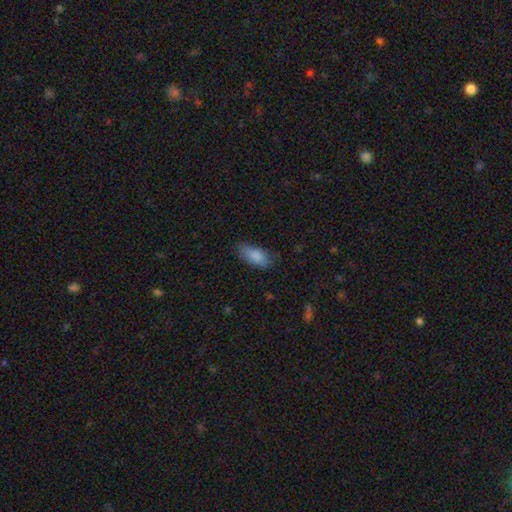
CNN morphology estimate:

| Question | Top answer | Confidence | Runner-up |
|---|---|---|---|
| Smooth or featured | smooth | 86% | featured or disk (7%) |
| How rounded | in between | 87% | cigar-shaped (11%) |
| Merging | none | 69% | minor disturbance (24%) |